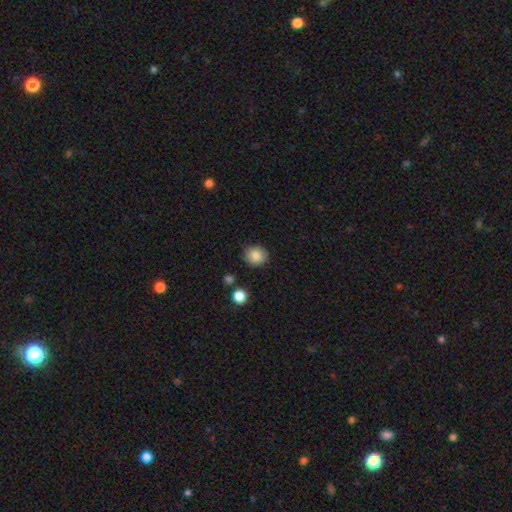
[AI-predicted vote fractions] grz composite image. It shows a smooth galaxy with no disk features (86%) that is round (80%). Merging: none (87%).